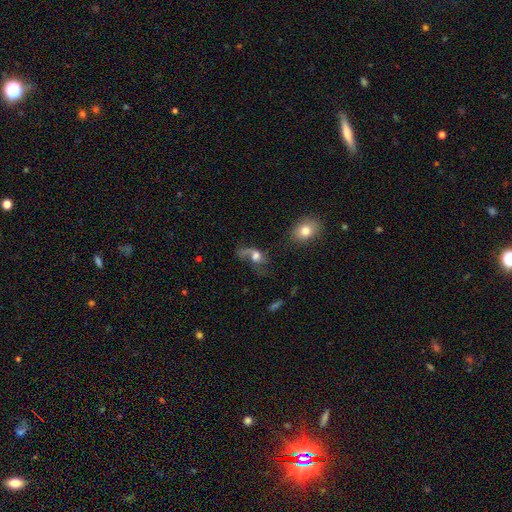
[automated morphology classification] featured or disk 50%, smooth 38%, star or artifact 12%. Down the decision tree: edge-on disk — no (94%); merging — major disturbance (46%).